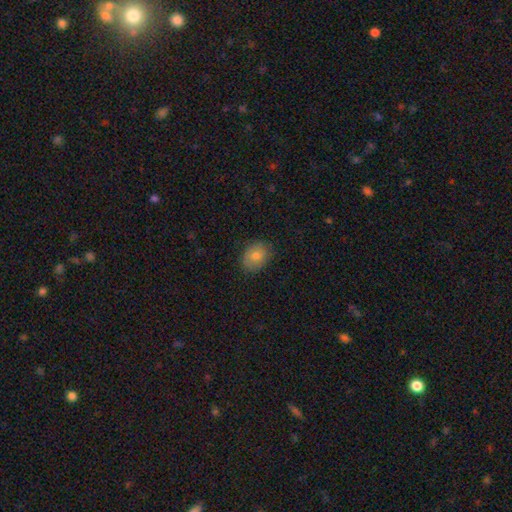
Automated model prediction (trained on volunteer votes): smooth_or_featured: smooth (p=0.79) [alt: featured or disk p=0.12]
how_rounded: in between (p=0.56) [alt: round p=0.43]
merging: none (p=0.84) [alt: minor disturbance p=0.13]